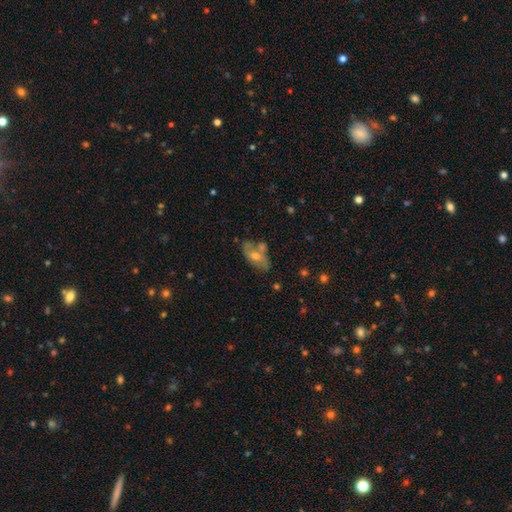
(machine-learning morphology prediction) smooth-or-featured: featured or disk: 49% | smooth: 39% | star or artifact: 12%
  merging: none: 53% | minor disturbance: 20% | merger: 18% | major disturbance: 9%